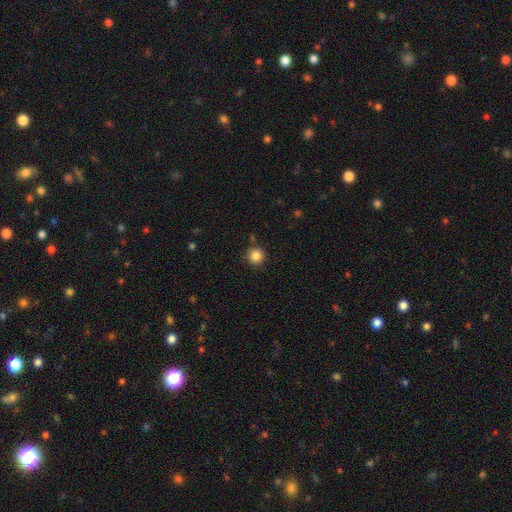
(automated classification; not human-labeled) Smooth or featured: smooth — 85% (star or artifact — 11%)
How rounded: round — 95% (in between — 4%)
Merging: none — 88% (minor disturbance — 7%)